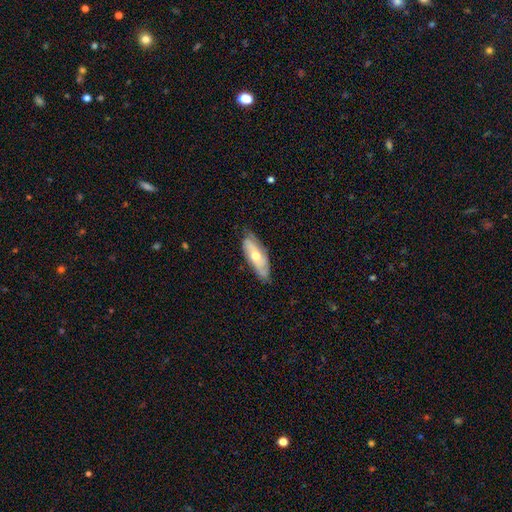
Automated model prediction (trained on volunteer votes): smooth_or_featured: featured or disk (p=0.54) [alt: smooth p=0.40]
disk_edge_on: no (p=0.74) [alt: yes p=0.26]
merging: none (p=0.71) [alt: minor disturbance p=0.23]